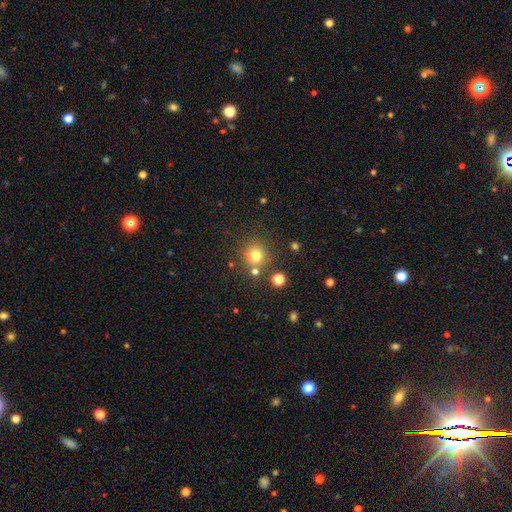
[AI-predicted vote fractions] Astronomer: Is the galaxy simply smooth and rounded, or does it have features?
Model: smooth — 75%.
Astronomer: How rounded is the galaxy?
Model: round — 92%.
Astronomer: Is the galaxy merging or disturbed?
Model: none — 75%.